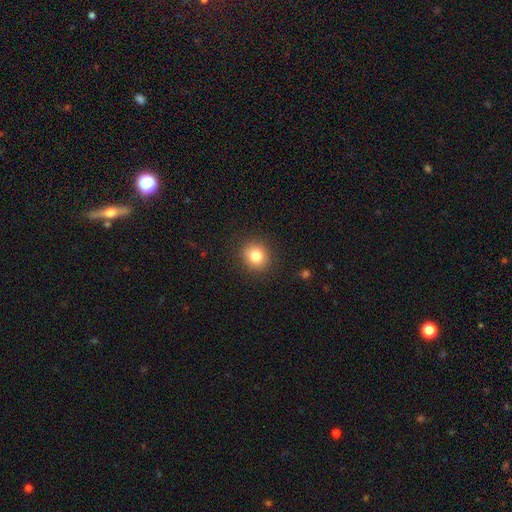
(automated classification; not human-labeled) Morphology: type=smooth (82%); roundness=round (84%); merging=none (89%).